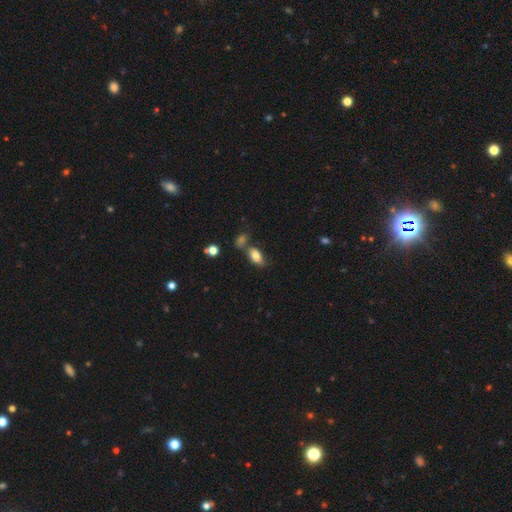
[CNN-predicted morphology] This appears to be a smooth galaxy with no disk features (80%) that is in between round and cigar-shaped (89%). Merging: none (54%).